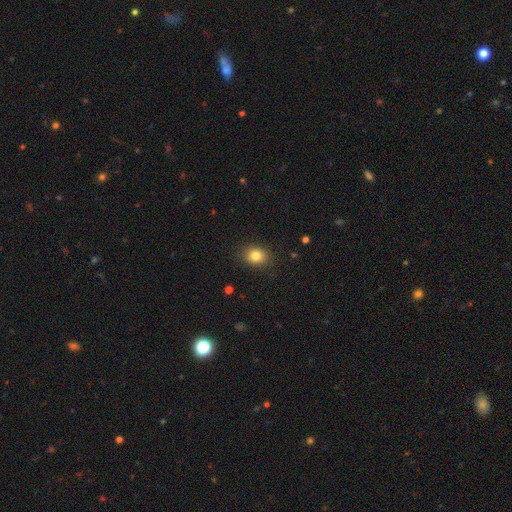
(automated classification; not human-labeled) smooth_or_featured: smooth (p=0.83) [alt: star or artifact p=0.11]
how_rounded: round (p=0.53) [alt: in between p=0.46]
merging: none (p=0.87) [alt: minor disturbance p=0.09]